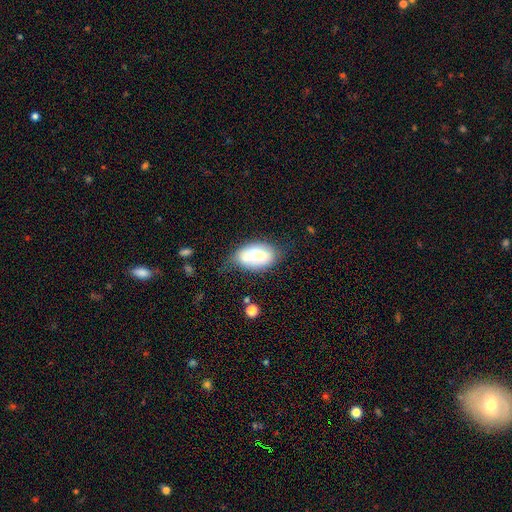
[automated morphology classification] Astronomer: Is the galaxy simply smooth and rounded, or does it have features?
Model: smooth — 71%.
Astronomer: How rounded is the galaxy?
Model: in between — 92%.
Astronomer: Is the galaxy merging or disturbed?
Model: none — 54% (runner-up: minor disturbance, 30%).